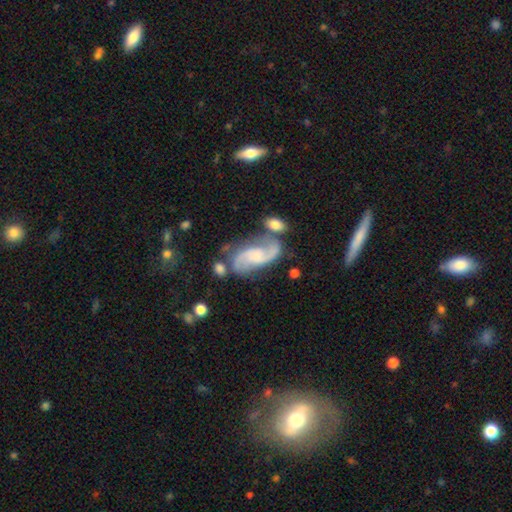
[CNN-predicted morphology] Smooth or featured?
  - featured or disk: 84% *
  - smooth: 10%
  - star or artifact: 6%
Edge-on disk?
  - no: 96% *
  - yes: 4%
Bar?
  - no: 55% *
  - weak: 36%
  - strong: 9%
Spiral arms?
  - yes: 96% *
  - no: 4%
Spiral winding?
  - loose: 44% *
  - medium: 43%
  - tight: 12%
Spiral arm count?
  - 2: 91% *
  - can't tell: 3%
  - 3: 2%
  - 1: 2%
  - 4: 1%
  - more than 4: 1%
Bulge size?
  - small: 36% *
  - none: 32%
  - moderate: 24%
  - large: 6%
  - dominant: 2%
Merging?
  - none: 54% *
  - merger: 19%
  - minor disturbance: 18%
  - major disturbance: 9%